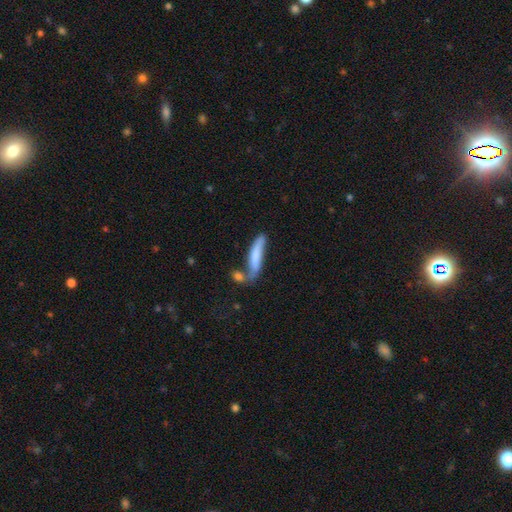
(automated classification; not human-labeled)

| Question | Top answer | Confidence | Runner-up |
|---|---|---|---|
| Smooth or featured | smooth | 70% | featured or disk (24%) |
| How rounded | cigar-shaped | 83% | in between (15%) |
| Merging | none | 48% | merger (24%) |